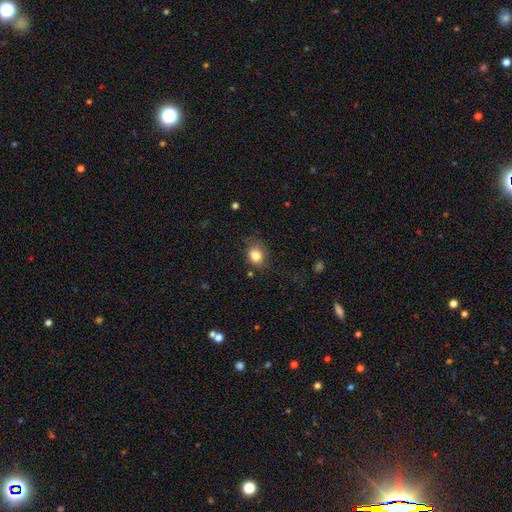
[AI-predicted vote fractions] Smooth or featured? Predicted: smooth (p=0.82). How rounded? Predicted: round (p=0.54). Merging? Predicted: none (p=0.70).